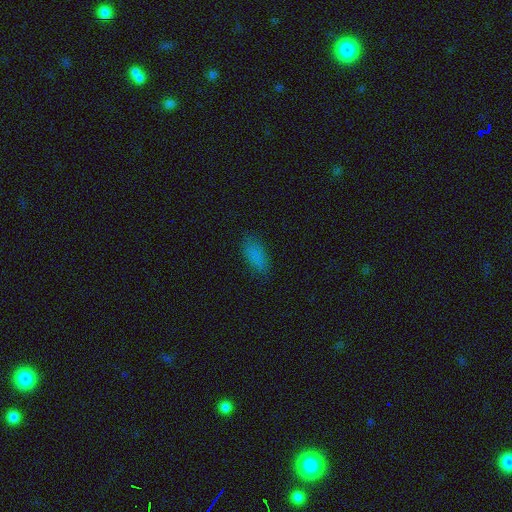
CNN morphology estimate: Q: Smooth or featured?
A: smooth (83%); runner-up: star or artifact (11%)
Q: How rounded?
A: in between (84%); runner-up: cigar-shaped (13%)
Q: Merging?
A: none (80%); runner-up: minor disturbance (15%)